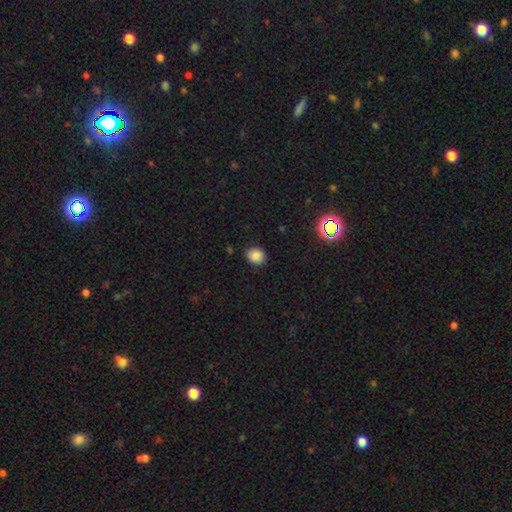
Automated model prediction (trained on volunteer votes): Smooth or featured: smooth — 85% (star or artifact — 11%)
How rounded: round — 60% (in between — 39%)
Merging: none — 86% (minor disturbance — 10%)